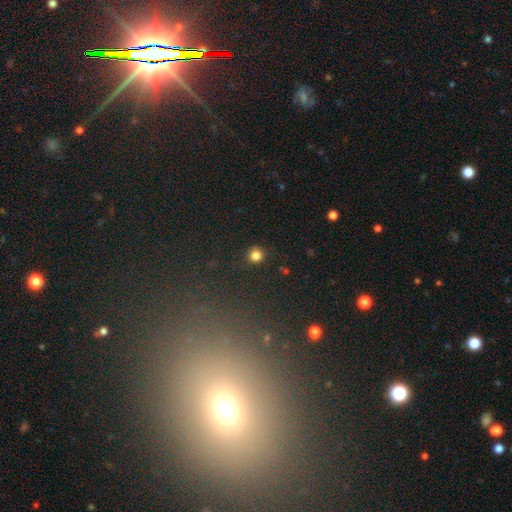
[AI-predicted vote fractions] This is clearly a smooth galaxy (83%). How rounded: clearly round (94%). Merging: clearly none (90%).